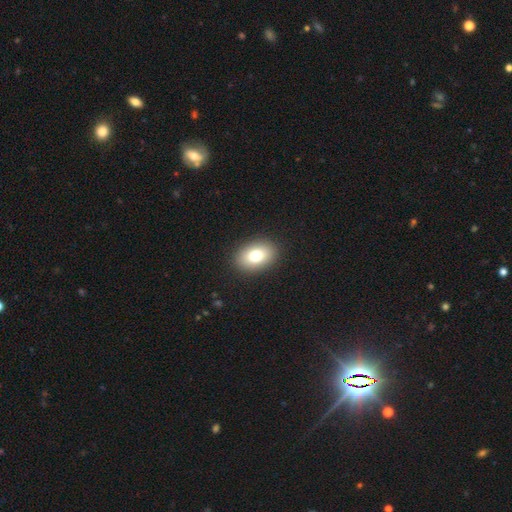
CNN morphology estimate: A smooth galaxy with no disk features (78%) that is in between round and cigar-shaped (83%).

Vote fractions:
- Smooth or featured? smooth: 78% / featured or disk: 13% / star or artifact: 9%
- How rounded? in between: 83% / round: 16% / cigar-shaped: 1%
- Merging? none: 90% / minor disturbance: 7% / major disturbance: 2% / merger: 1%